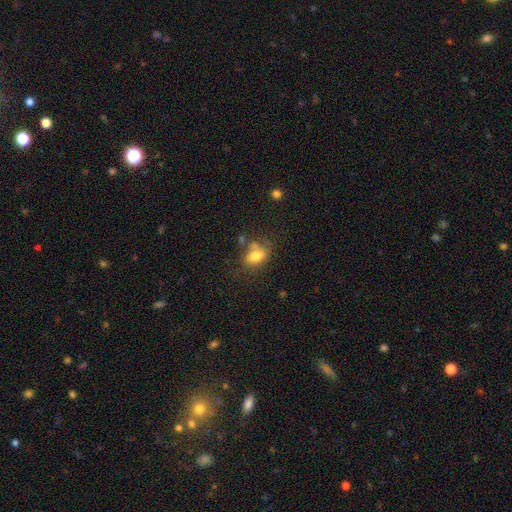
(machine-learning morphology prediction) This appears to be a smooth galaxy with no disk features (74%) that is in between round and cigar-shaped (80%). Merging: none (46%).